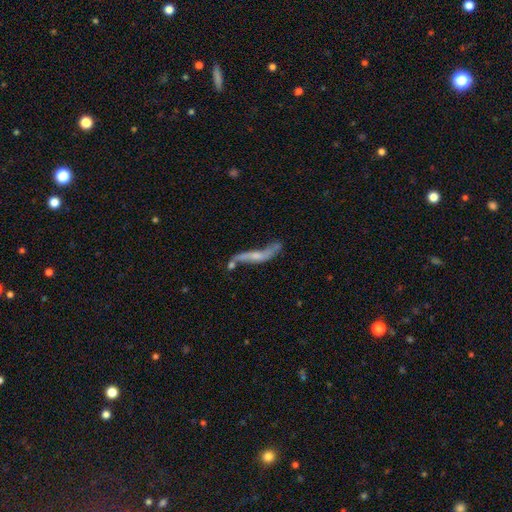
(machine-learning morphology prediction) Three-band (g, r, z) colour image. It shows a featured or disk galaxy (66%). Merging: none (39%).